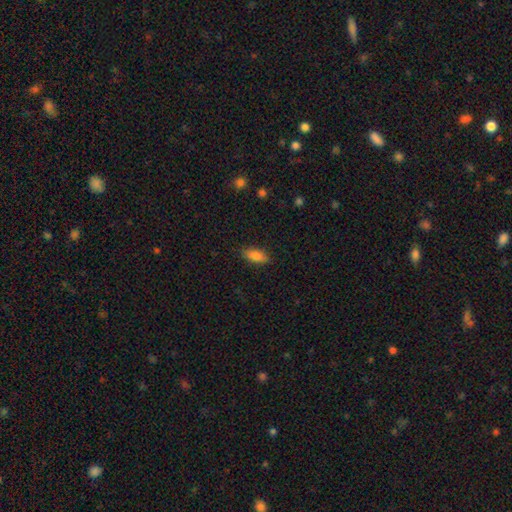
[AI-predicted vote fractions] A smooth galaxy with no disk features (84%) that is in between round and cigar-shaped (80%).

Vote fractions:
- Smooth or featured? smooth: 84% / featured or disk: 8% / star or artifact: 7%
- How rounded? in between: 80% / cigar-shaped: 17% / round: 3%
- Merging? none: 87% / minor disturbance: 10% / major disturbance: 2% / merger: 1%